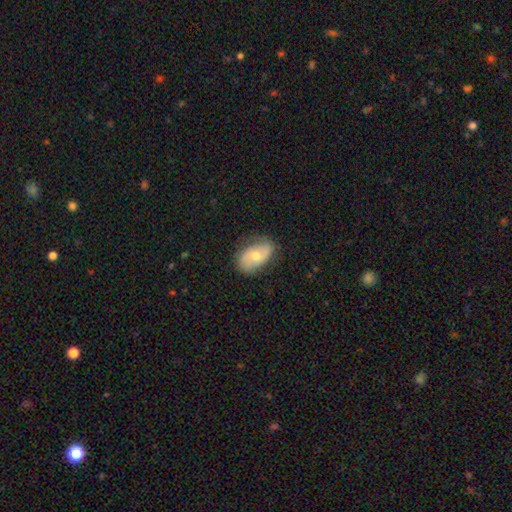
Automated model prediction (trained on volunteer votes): Smooth or featured?
  - featured or disk: 54% *
  - smooth: 39%
  - star or artifact: 7%
Edge-on disk?
  - no: 95% *
  - yes: 5%
Bar?
  - no: 64% *
  - weak: 30%
  - strong: 6%
Spiral arms?
  - yes: 77% *
  - no: 23%
Bulge size?
  - moderate: 68% *
  - small: 25%
  - large: 4%
  - none: 1%
  - dominant: 1%
Merging?
  - none: 72% *
  - minor disturbance: 21%
  - major disturbance: 6%
  - merger: 1%